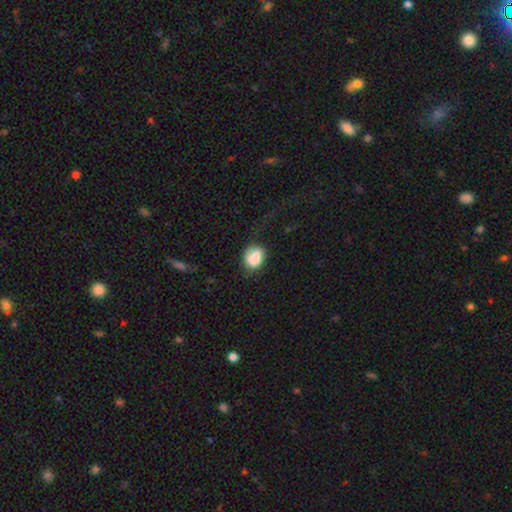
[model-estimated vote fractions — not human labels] Overall: smooth (78%). How rounded: in between (55%; round 44%). Merging: none (50%; minor disturbance 28%).